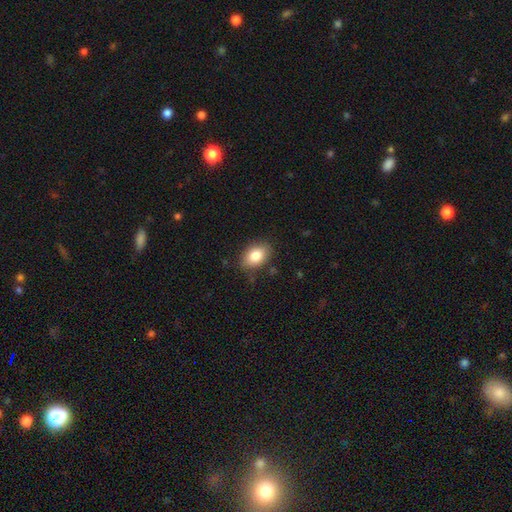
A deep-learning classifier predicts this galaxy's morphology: type=smooth (82%); roundness=in between (83%); merging=none (82%).